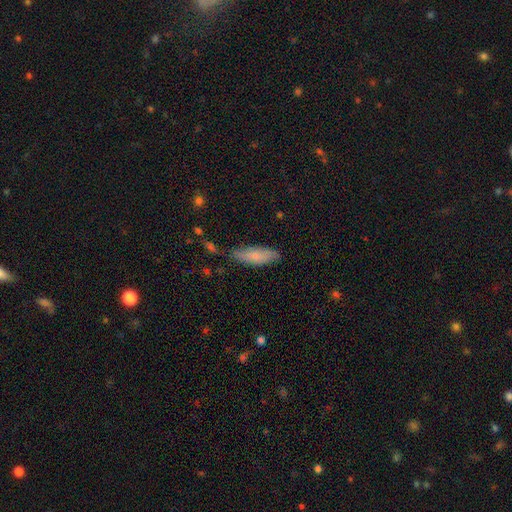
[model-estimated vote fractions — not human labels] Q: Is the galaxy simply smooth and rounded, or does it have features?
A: smooth — 76%.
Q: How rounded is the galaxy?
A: in between — 61%.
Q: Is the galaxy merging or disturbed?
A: none — 68%.